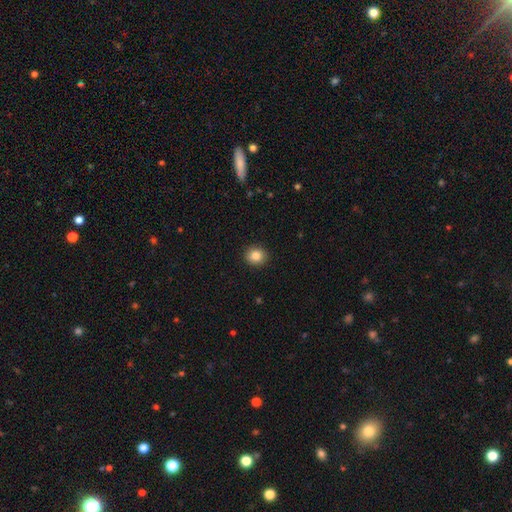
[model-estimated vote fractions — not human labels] smooth-or-featured: smooth: 84% | star or artifact: 10% | featured or disk: 6%
  how-rounded: round: 83% | in between: 16% | cigar-shaped: 1%
  merging: none: 92% | minor disturbance: 5% | major disturbance: 2% | merger: 1%